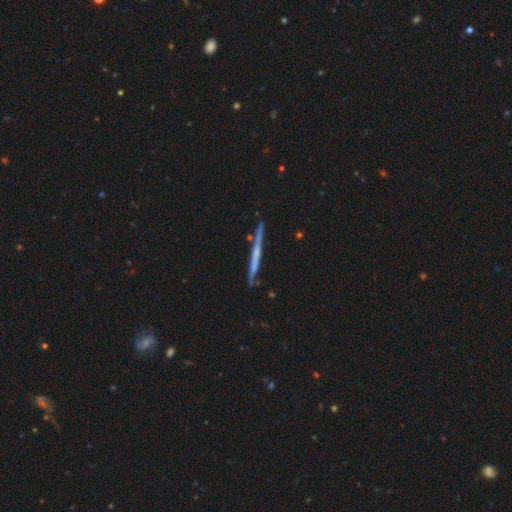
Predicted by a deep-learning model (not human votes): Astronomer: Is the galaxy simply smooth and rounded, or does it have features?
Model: featured or disk — 63%.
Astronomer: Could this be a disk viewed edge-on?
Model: yes — 96%.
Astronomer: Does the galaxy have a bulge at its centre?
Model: none — 76%.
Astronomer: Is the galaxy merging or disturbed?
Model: none — 83%.